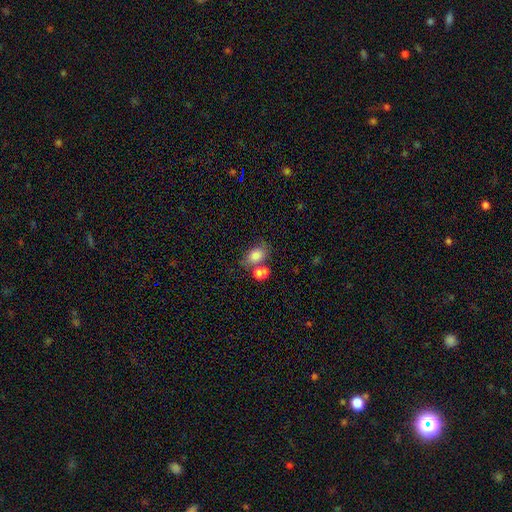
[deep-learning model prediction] This appears to be a smooth galaxy with no disk features (81%) that is in between round and cigar-shaped (77%). Merging: merger (41%).